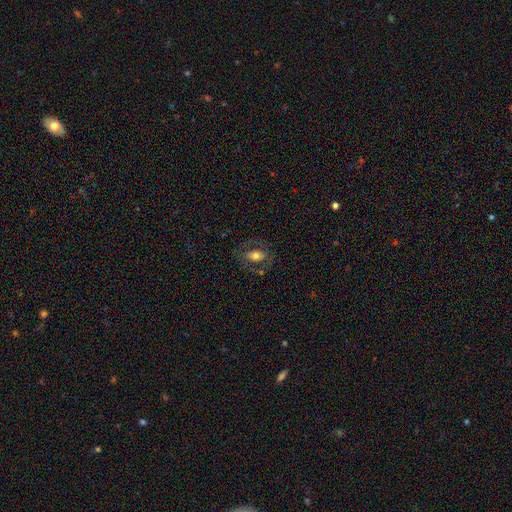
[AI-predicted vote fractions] A smooth galaxy with no disk features (56%) that is in between round and cigar-shaped (75%). Merging: none (73%).